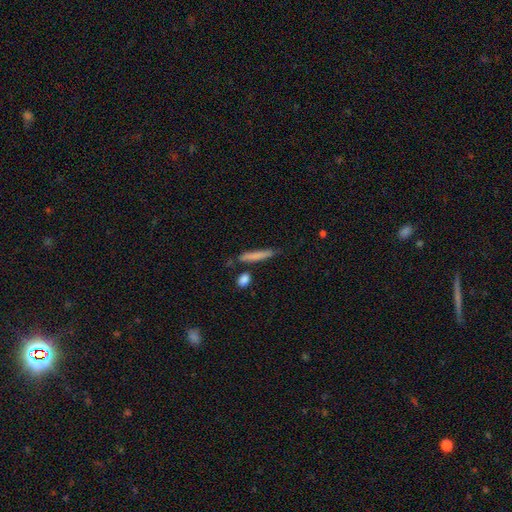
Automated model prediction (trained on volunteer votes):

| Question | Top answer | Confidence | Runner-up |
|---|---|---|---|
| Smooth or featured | smooth | 76% | featured or disk (18%) |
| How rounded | cigar-shaped | 92% | in between (6%) |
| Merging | none | 75% | minor disturbance (15%) |